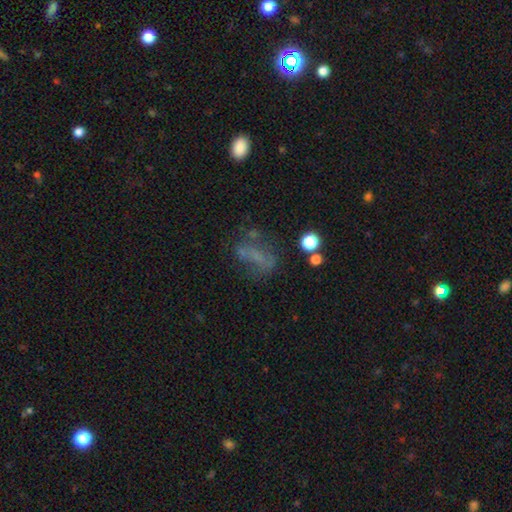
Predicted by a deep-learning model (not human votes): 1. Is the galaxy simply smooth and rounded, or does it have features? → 39% smooth, 36% featured or disk, 25% star or artifact.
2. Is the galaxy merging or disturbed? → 45% none, 25% major disturbance, 21% minor disturbance, 9% merger.